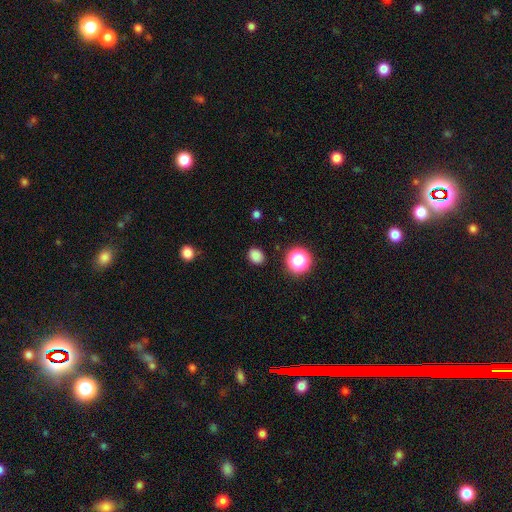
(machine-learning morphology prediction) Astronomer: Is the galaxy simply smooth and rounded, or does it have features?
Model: smooth — 82%.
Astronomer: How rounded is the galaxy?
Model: round — 58% (runner-up: in between, 41%).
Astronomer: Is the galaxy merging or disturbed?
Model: none — 88%.